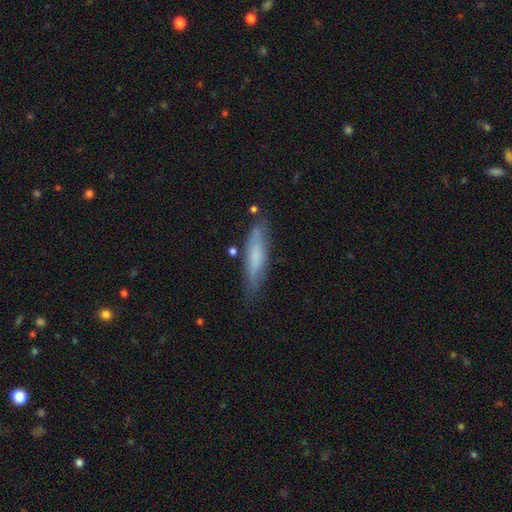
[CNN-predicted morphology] type=smooth (63%); roundness=cigar-shaped (82%); merging=none (76%).